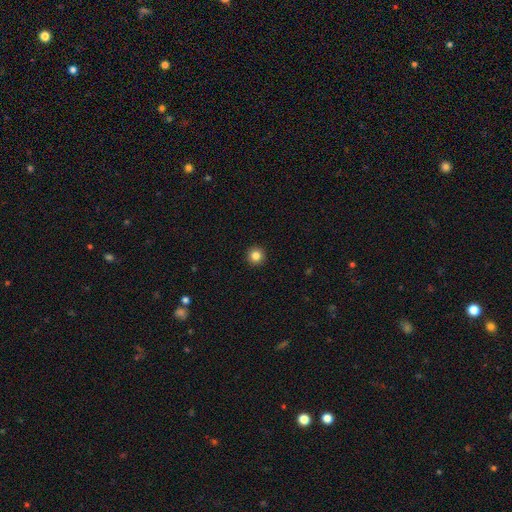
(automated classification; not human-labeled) Morphology: type=smooth (84%); roundness=round (96%); merging=none (94%).